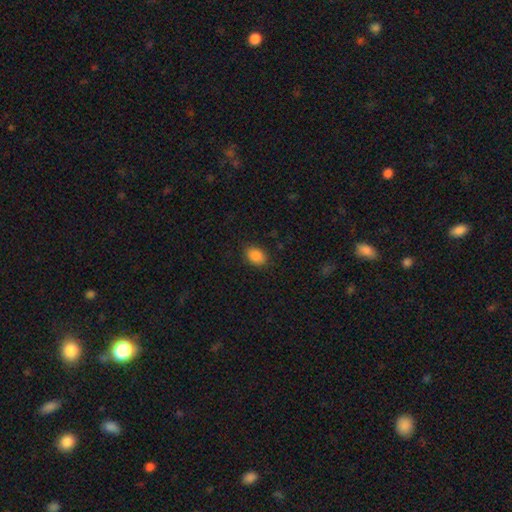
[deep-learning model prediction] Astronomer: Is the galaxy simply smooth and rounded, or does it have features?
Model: smooth — 87%.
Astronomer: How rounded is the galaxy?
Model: in between — 78%.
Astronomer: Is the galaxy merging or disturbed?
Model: none — 86%.